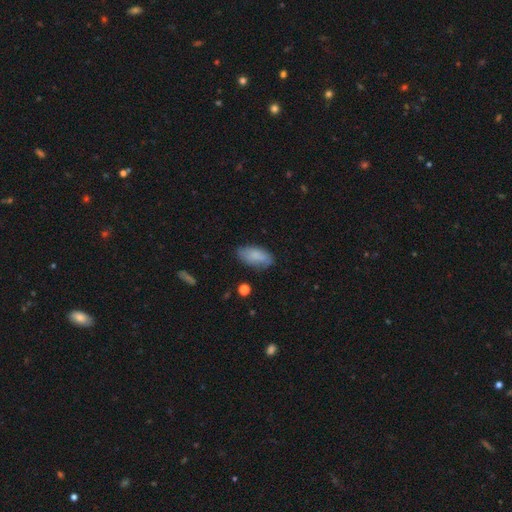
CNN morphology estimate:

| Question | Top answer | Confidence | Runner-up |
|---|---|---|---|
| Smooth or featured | smooth | 81% | featured or disk (12%) |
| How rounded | in between | 90% | cigar-shaped (7%) |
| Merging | none | 73% | minor disturbance (21%) |